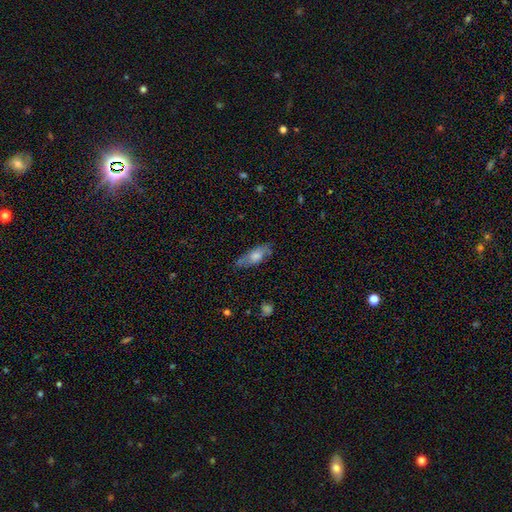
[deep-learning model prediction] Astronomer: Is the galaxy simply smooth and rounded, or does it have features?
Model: smooth — 63%.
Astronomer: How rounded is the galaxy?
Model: in between — 68%.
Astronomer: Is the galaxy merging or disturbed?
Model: none — 68%.